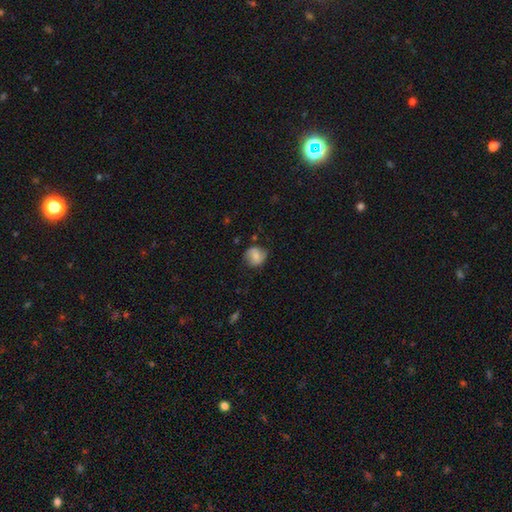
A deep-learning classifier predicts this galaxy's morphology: Smooth or featured? smooth (67%)
How rounded? round (80%)
Merging? none (73%)